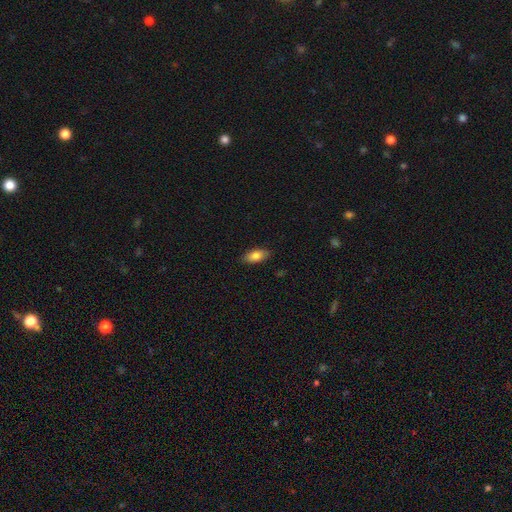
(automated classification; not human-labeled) This is clearly a smooth galaxy (82%). How rounded: clearly in between (89%). Merging: clearly none (87%).